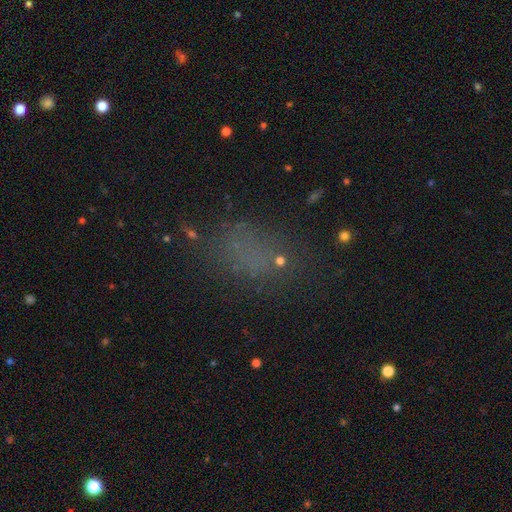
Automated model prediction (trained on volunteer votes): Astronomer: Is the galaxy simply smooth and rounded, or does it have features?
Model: smooth — 53% (runner-up: star or artifact, 34%).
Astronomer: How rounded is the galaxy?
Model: in between — 75%.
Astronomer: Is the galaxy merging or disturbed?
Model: none — 67%.